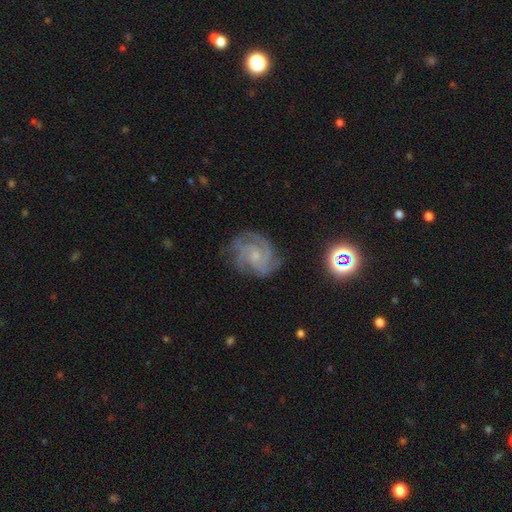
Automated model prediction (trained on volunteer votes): Smooth or featured: featured or disk — 85% (star or artifact — 8%)
Edge-on disk: no — 98% (yes — 2%)
Bar: no — 69% (weak — 26%)
Spiral arms: yes — 98% (no — 2%)
Spiral winding: tight — 57% (medium — 37%)
Spiral arm count: 3 — 40% (4 — 24%)
Bulge size: small — 71% (moderate — 21%)
Merging: none — 75% (minor disturbance — 17%)